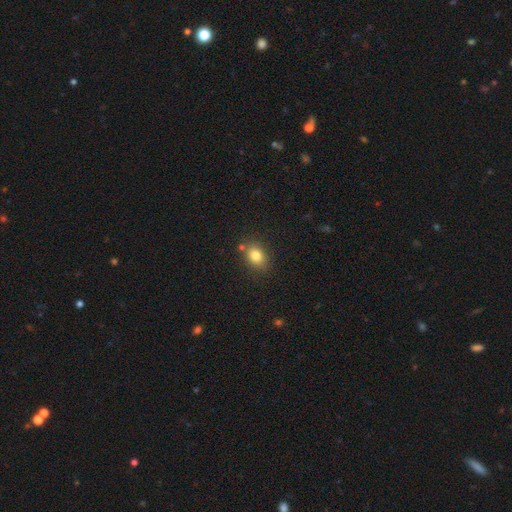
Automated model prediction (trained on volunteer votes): Smooth or featured: smooth — 82% (star or artifact — 10%)
How rounded: in between — 69% (round — 29%)
Merging: none — 77% (minor disturbance — 13%)